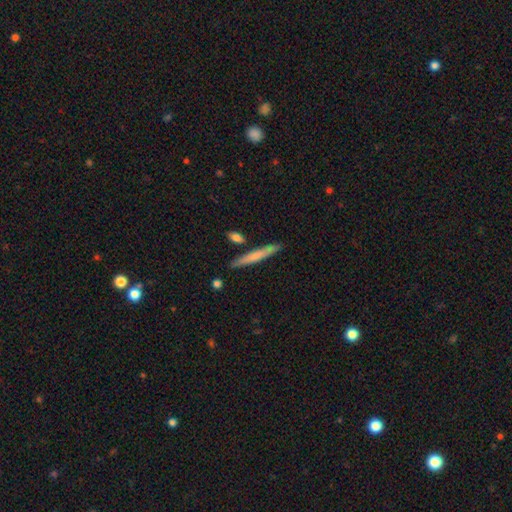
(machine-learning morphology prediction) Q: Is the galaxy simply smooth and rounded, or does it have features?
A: smooth — 61%.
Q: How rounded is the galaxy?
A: cigar-shaped — 95%.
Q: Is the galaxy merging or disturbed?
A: none — 87%.